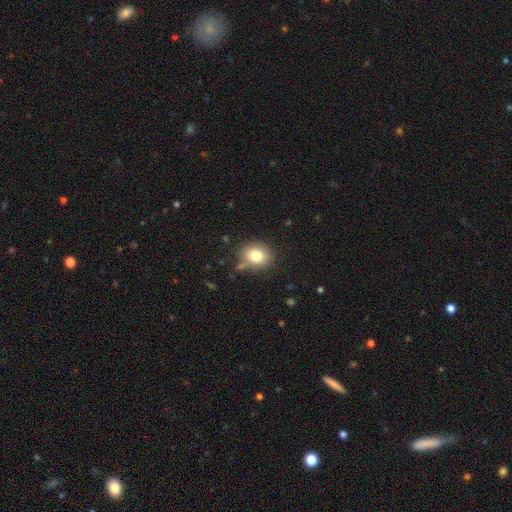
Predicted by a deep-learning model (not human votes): A smooth galaxy with no disk features (80%) that is round (60%). Merging: none (79%).